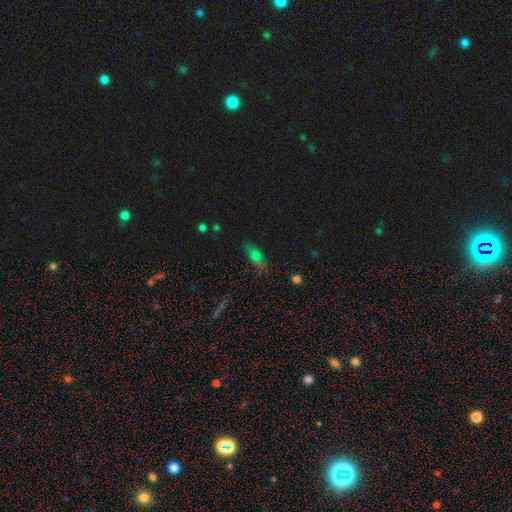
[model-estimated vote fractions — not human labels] Morphology: type=smooth (63%); roundness=in between (74%); merging=none (72%).